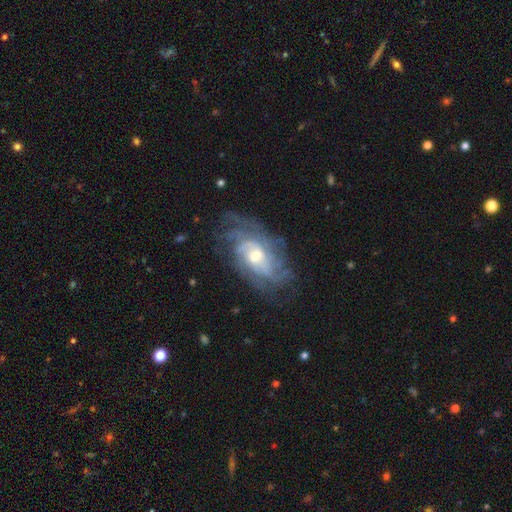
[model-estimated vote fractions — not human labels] featured or disk 83%, smooth 10%, star or artifact 7%. Down the decision tree: edge-on disk — no (94%); bar — no (56%); spiral arms — yes (93%); spiral arm count — can't tell (46%); spiral winding — tight (58%); bulge size — moderate (58%); merging — none (68%).